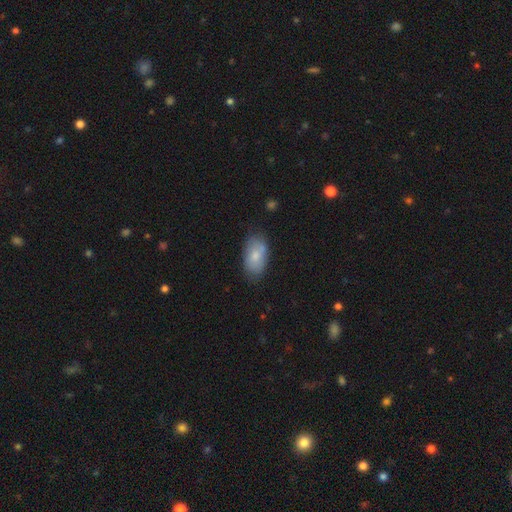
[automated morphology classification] Q: Smooth or featured?
A: smooth (75%); runner-up: featured or disk (18%)
Q: How rounded?
A: in between (93%); runner-up: round (4%)
Q: Merging?
A: none (71%); runner-up: minor disturbance (21%)